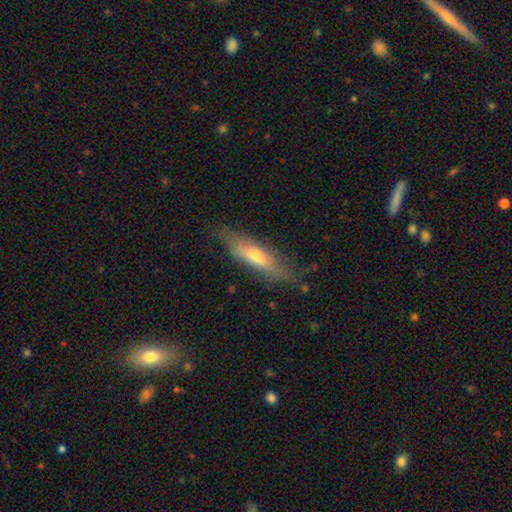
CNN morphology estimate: A smooth galaxy with no disk features (52%) that is cigar-shaped (65%).

Vote fractions:
- Smooth or featured? smooth: 52% / featured or disk: 41% / star or artifact: 7%
- How rounded? cigar-shaped: 65% / in between: 33% / round: 2%
- Merging? none: 65% / minor disturbance: 24% / major disturbance: 9% / merger: 2%